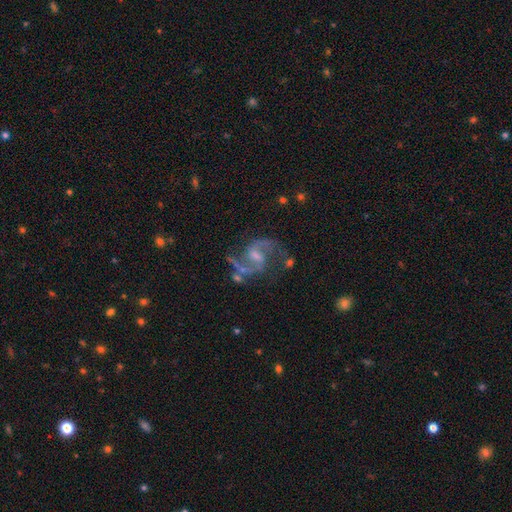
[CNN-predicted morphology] featured or disk 90%, star or artifact 6%, smooth 4%. Down the decision tree: edge-on disk — no (98%); bar — weak (56%); spiral arms — yes (97%); spiral arm count — 2 (93%); spiral winding — medium (49%); bulge size — small (49%); merging — none (64%).